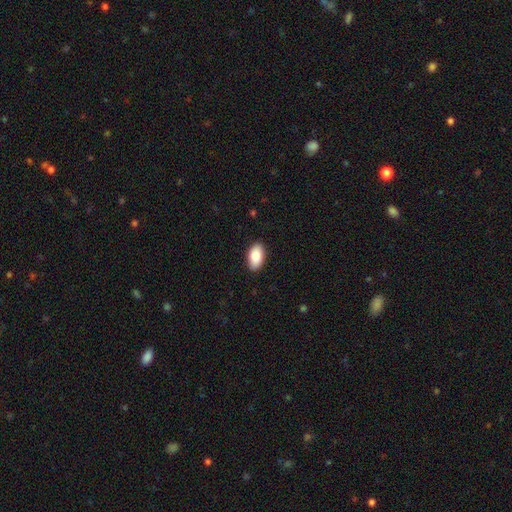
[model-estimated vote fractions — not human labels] A smooth galaxy with no disk features (86%) that is in between round and cigar-shaped (94%).

Vote fractions:
- Smooth or featured? smooth: 86% / featured or disk: 8% / star or artifact: 6%
- How rounded? in between: 94% / round: 4% / cigar-shaped: 2%
- Merging? none: 89% / minor disturbance: 8% / major disturbance: 2% / merger: 1%